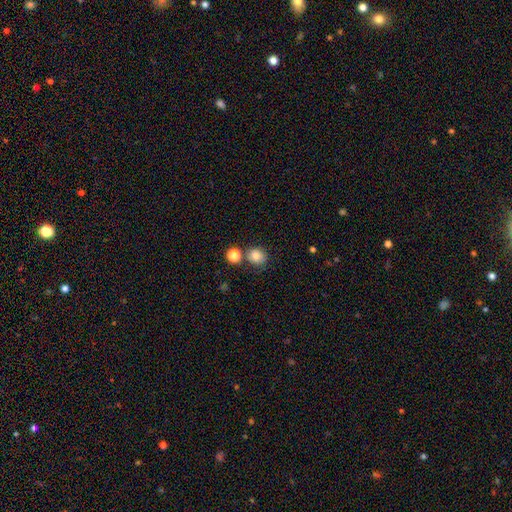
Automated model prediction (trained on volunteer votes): smooth_or_featured: smooth (p=0.83) [alt: star or artifact p=0.11]
how_rounded: round (p=0.76) [alt: in between p=0.23]
merging: none (p=0.70) [alt: merger p=0.15]